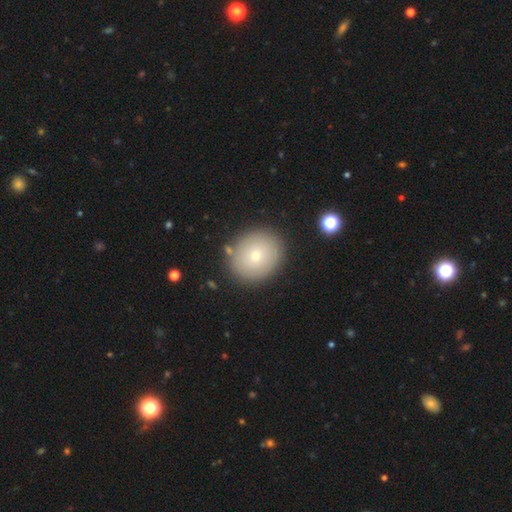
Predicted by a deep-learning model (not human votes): Smooth or featured? Predicted: smooth (p=0.73). How rounded? Predicted: round (p=0.71). Merging? Predicted: none (p=0.85).